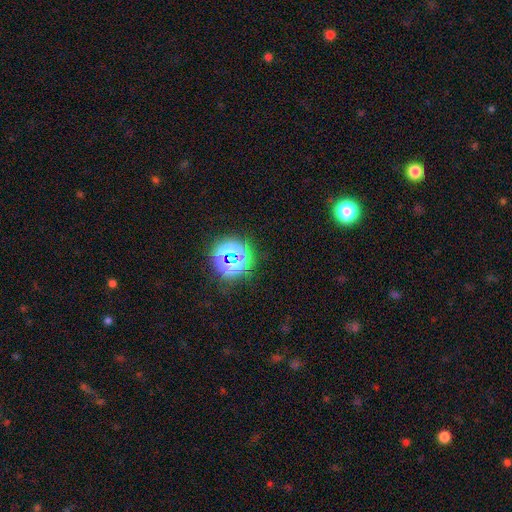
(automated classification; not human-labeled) Smooth or featured?
  - star or artifact: 77% *
  - smooth: 16%
  - featured or disk: 7%